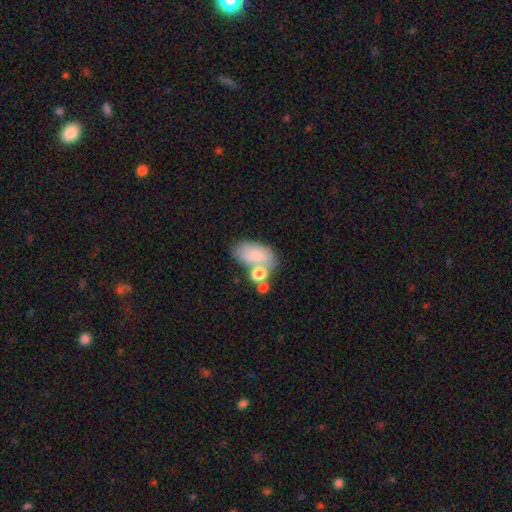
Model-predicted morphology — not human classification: A smooth galaxy with no disk features (72%) that is in between round and cigar-shaped (89%). Merging: none (46%).